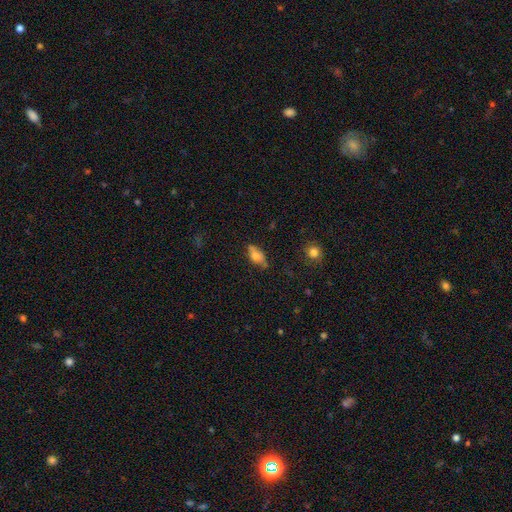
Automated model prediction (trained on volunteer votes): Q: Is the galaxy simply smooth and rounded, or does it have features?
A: smooth — 60%.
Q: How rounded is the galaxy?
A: in between — 81%.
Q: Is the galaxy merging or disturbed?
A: none — 59%.